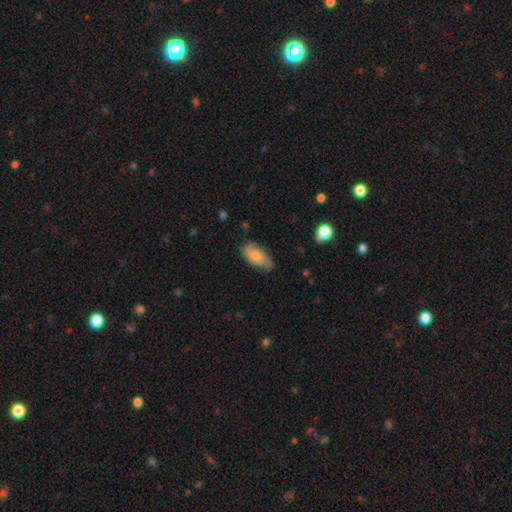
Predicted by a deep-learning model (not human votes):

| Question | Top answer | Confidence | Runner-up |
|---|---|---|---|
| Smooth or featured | smooth | 72% | featured or disk (22%) |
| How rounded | in between | 92% | cigar-shaped (5%) |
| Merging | none | 68% | minor disturbance (26%) |